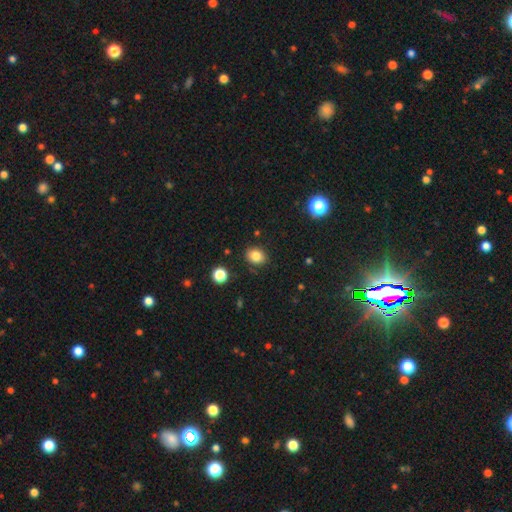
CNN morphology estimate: Smooth or featured? Predicted: smooth (p=0.82). How rounded? Predicted: round (p=0.53). Merging? Predicted: none (p=0.86).